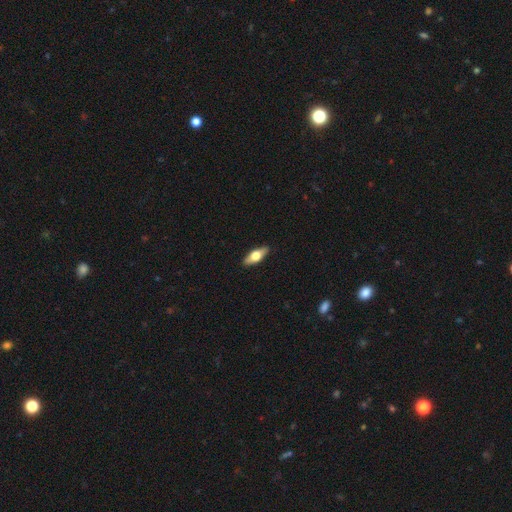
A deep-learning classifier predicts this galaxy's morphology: smooth-or-featured: smooth: 51% | featured or disk: 43% | star or artifact: 6%
  how-rounded: in between: 68% | cigar-shaped: 28% | round: 3%
  merging: none: 89% | minor disturbance: 8% | major disturbance: 2% | merger: 1%